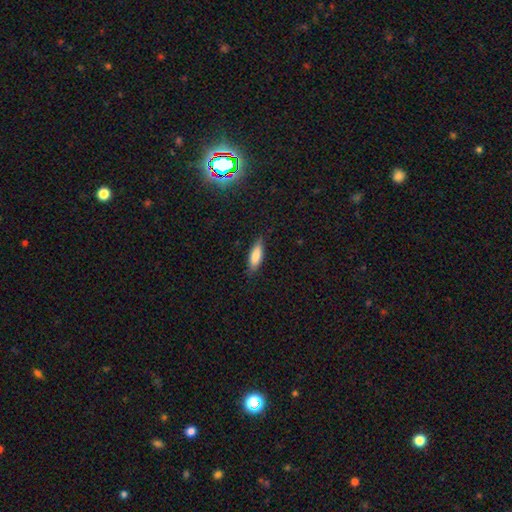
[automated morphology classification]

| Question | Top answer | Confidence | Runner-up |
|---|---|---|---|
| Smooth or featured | smooth | 82% | featured or disk (12%) |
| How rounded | in between | 51% | cigar-shaped (47%) |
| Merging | none | 82% | minor disturbance (14%) |